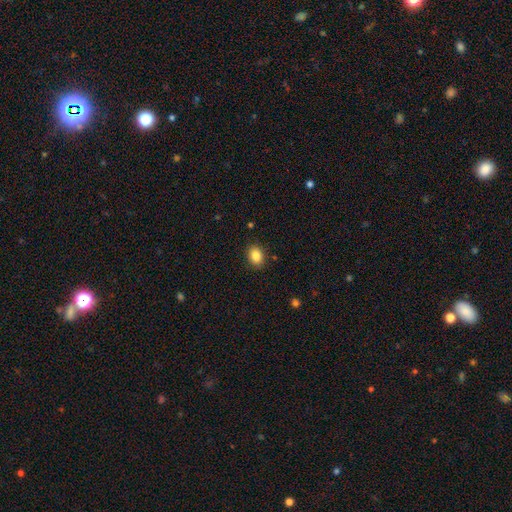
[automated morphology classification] smooth 86%, star or artifact 9%, featured or disk 5%. Down the decision tree: how rounded — in between (64%); merging — none (88%).